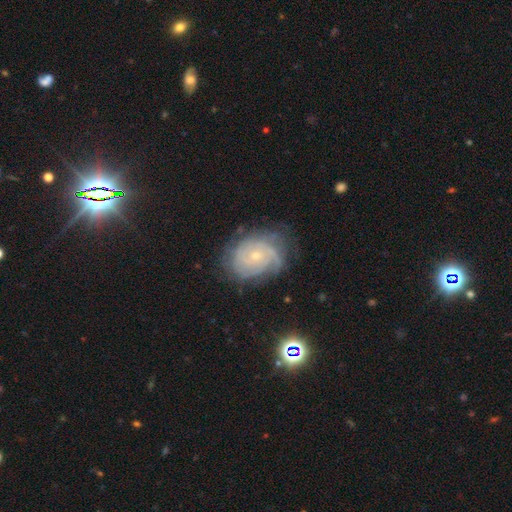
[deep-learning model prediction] Smooth or featured: featured or disk — 78% (smooth — 12%)
Edge-on disk: no — 97% (yes — 3%)
Bar: no — 77% (weak — 20%)
Spiral arms: yes — 94% (no — 6%)
Spiral winding: tight — 71% (medium — 23%)
Spiral arm count: can't tell — 39% (3 — 20%)
Bulge size: small — 72% (moderate — 24%)
Merging: none — 68% (minor disturbance — 21%)